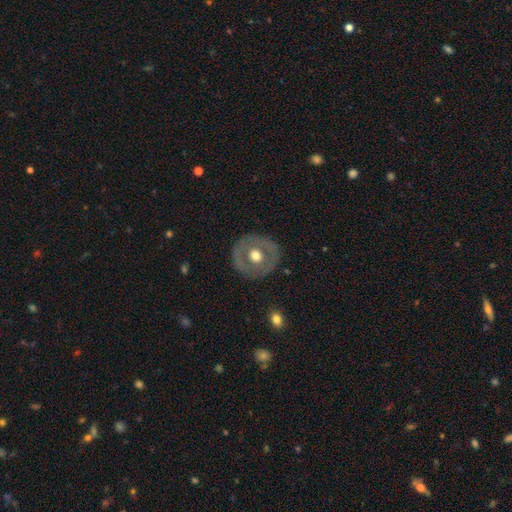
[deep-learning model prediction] featured or disk 48%, smooth 46%, star or artifact 6%. Down the decision tree: merging — none (86%).